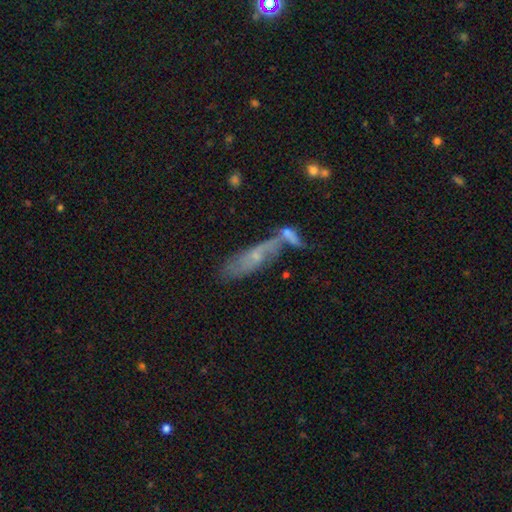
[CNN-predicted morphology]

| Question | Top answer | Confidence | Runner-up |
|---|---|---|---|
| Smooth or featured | featured or disk | 53% | smooth (37%) |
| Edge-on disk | no | 70% | yes (30%) |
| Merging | none | 36% | merger (35%) |